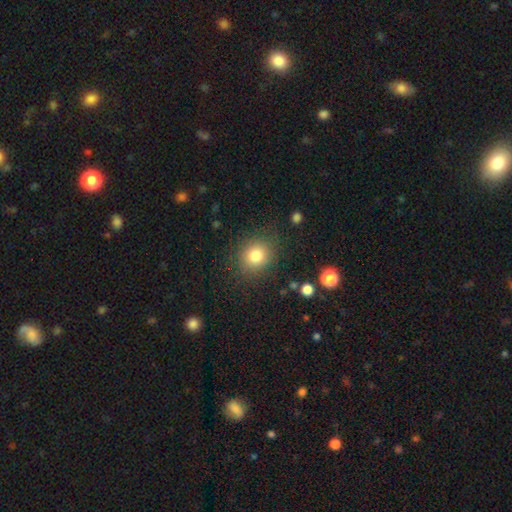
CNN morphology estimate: A smooth galaxy with no disk features (81%) that is round (72%). Merging: none (83%).